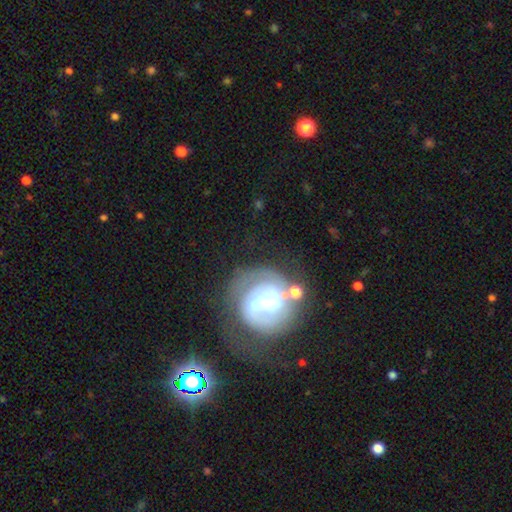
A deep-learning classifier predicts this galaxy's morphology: smooth_or_featured: featured or disk (p=0.74) [alt: star or artifact p=0.14]
disk_edge_on: no (p=0.95) [alt: yes p=0.05]
bar: strong (p=0.47) [alt: weak p=0.36]
has_spiral_arms: yes (p=0.85) [alt: no p=0.15]
spiral_winding: tight (p=0.50) [alt: medium p=0.36]
spiral_arm_count: 2 (p=0.61) [alt: can't tell p=0.19]
bulge_size: moderate (p=0.46) [alt: small p=0.34]
merging: none (p=0.68) [alt: minor disturbance p=0.14]